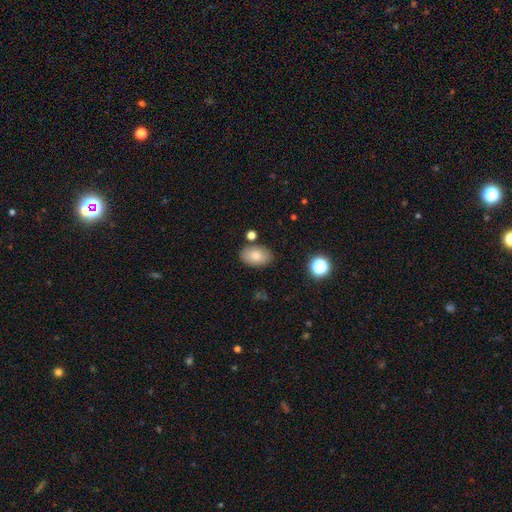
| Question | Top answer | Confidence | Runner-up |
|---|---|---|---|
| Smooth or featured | smooth | 82% | featured or disk (15%) |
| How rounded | in between | 97% | round (3%) |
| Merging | none | 84% | minor disturbance (11%) |